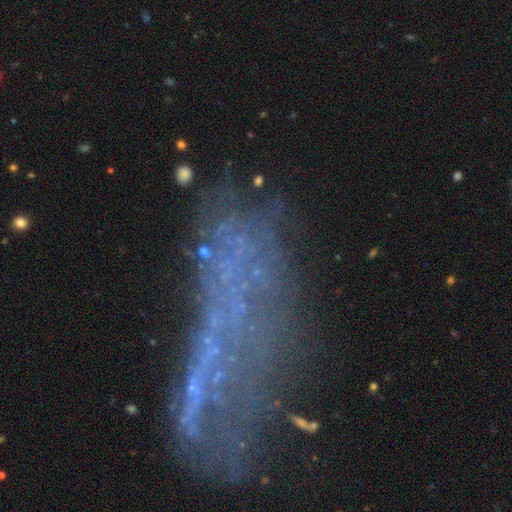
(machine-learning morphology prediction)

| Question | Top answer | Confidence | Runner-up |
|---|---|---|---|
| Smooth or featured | featured or disk | 48% | star or artifact (33%) |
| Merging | none | 38% | major disturbance (35%) |